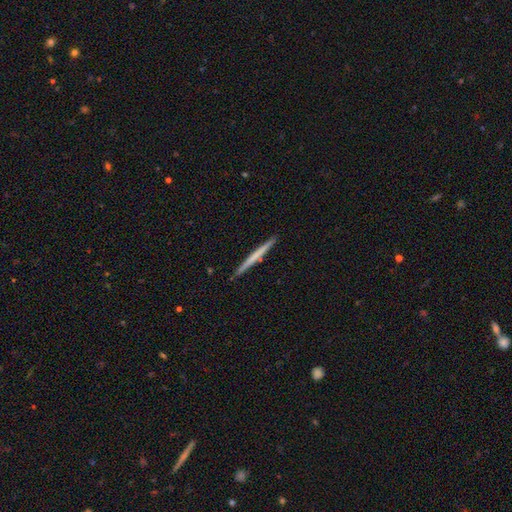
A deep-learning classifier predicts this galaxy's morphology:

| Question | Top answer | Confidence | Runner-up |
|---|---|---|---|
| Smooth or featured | smooth | 50% | featured or disk (45%) |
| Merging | none | 92% | minor disturbance (6%) |